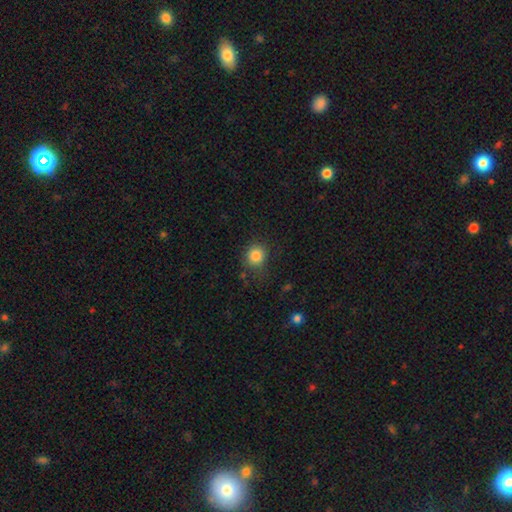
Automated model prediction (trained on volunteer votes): Morphology: type=smooth (84%); roundness=round (84%); merging=none (76%).